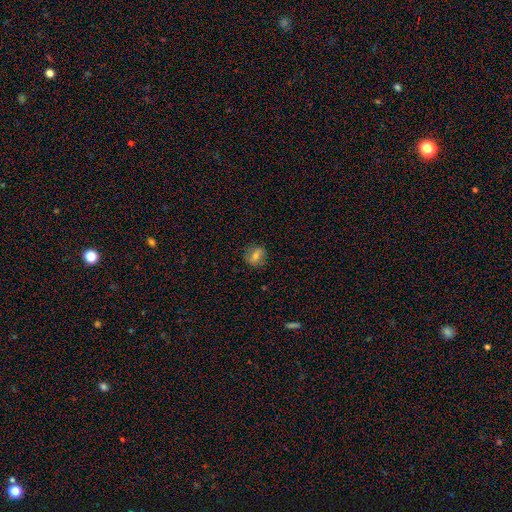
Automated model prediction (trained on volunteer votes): Morphology: type=smooth (60%); roundness=round (70%); merging=none (85%).